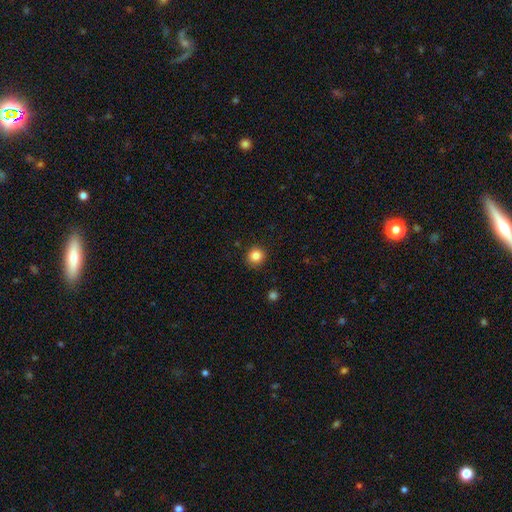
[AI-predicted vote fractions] smooth_or_featured: smooth (p=0.85) [alt: star or artifact p=0.11]
how_rounded: round (p=0.93) [alt: in between p=0.06]
merging: none (p=0.91) [alt: minor disturbance p=0.06]